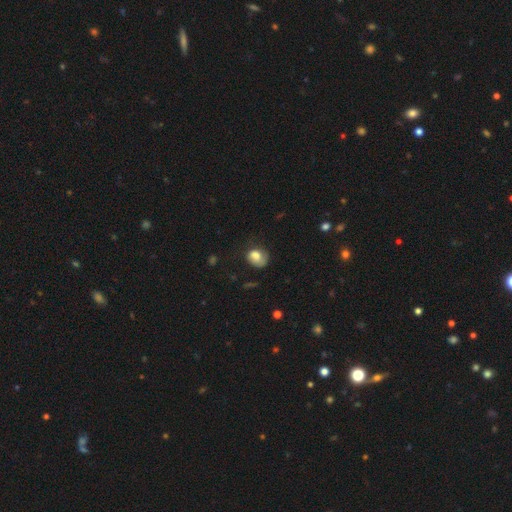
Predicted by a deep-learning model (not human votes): Smooth or featured? Predicted: smooth (p=0.75). How rounded? Predicted: round (p=0.51). Merging? Predicted: none (p=0.44).